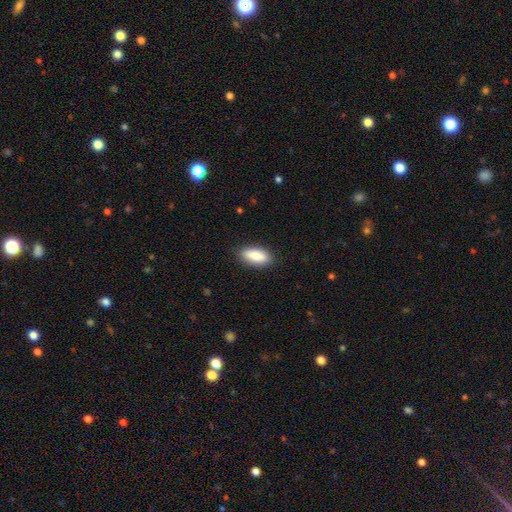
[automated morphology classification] This is clearly a smooth galaxy (86%). How rounded: clearly in between (81%). Merging: clearly none (87%).